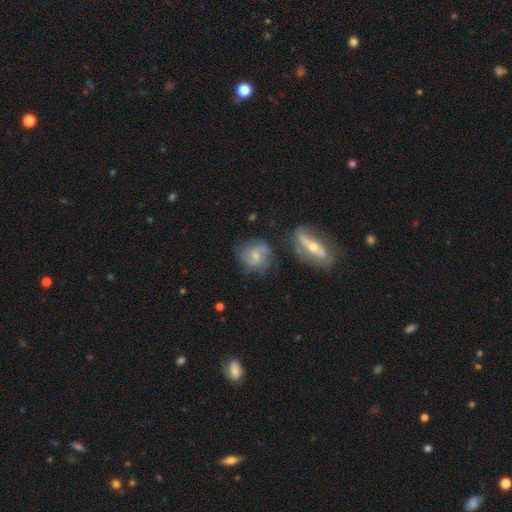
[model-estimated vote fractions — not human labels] Smooth or featured: featured or disk — 58% (smooth — 34%)
Edge-on disk: no — 95% (yes — 5%)
Bar: no — 55% (weak — 37%)
Spiral arms: yes — 82% (no — 18%)
Bulge size: moderate — 48% (small — 42%)
Merging: none — 61% (minor disturbance — 19%)